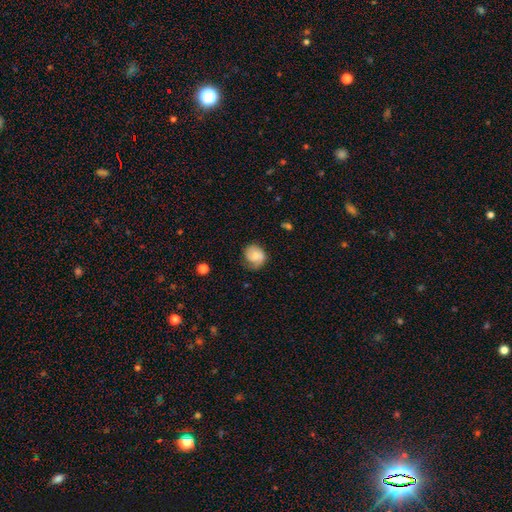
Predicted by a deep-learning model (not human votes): Overall: smooth (58%; featured or disk 34%). How rounded: round (68%; in between 32%). Merging: none (56%; minor disturbance 30%).